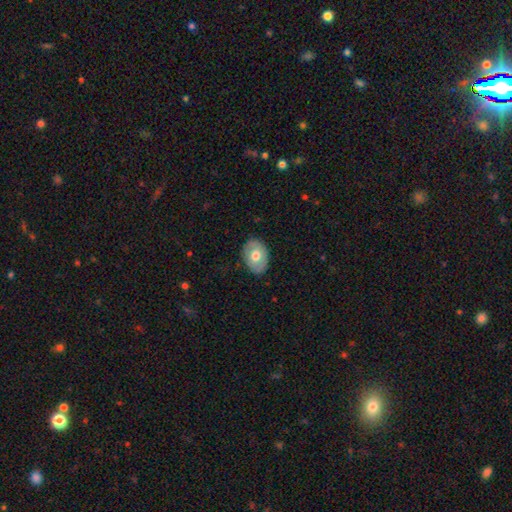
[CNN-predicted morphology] This is likely a smooth galaxy (62%). How rounded: likely in between (78%). Merging: clearly none (84%).